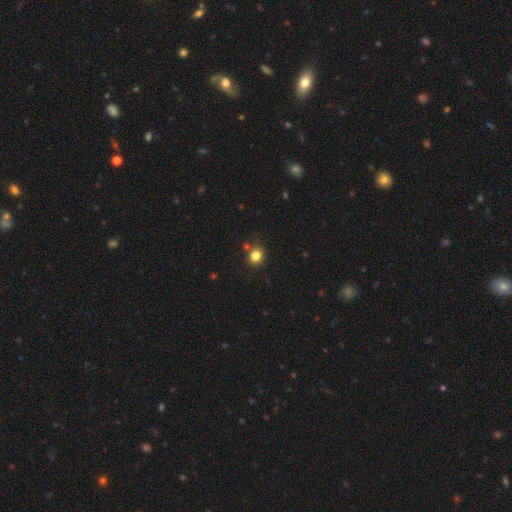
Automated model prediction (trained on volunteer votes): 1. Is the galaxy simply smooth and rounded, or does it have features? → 82% smooth, 12% star or artifact, 6% featured or disk.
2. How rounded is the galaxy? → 72% round, 27% in between, 1% cigar-shaped.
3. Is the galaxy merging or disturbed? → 73% none, 14% minor disturbance, 8% merger, 4% major disturbance.